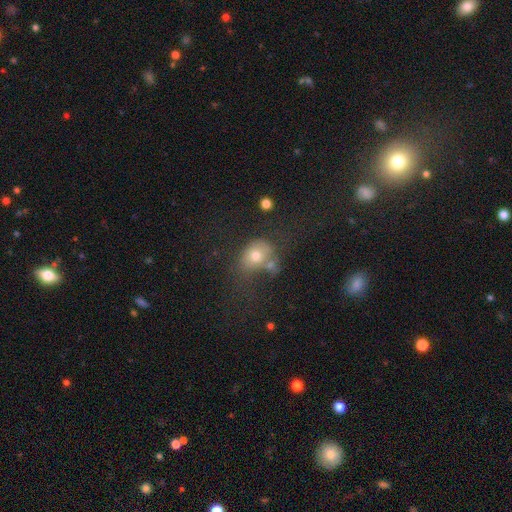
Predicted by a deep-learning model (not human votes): This is likely a smooth galaxy (70%). How rounded: possibly in between (54%). Merging: marginally none (35%).